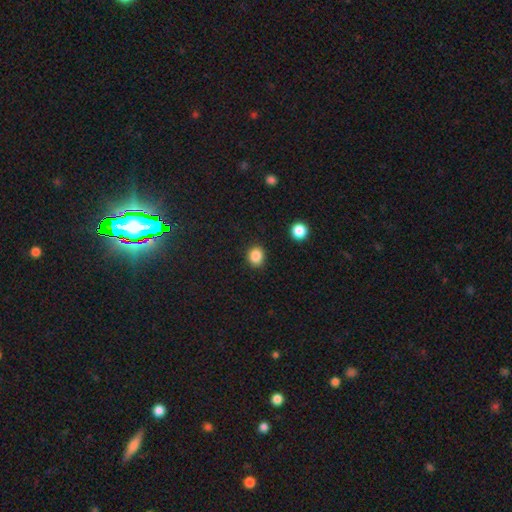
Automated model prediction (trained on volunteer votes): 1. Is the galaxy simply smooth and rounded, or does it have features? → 86% smooth, 10% star or artifact, 3% featured or disk.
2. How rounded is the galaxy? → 70% round, 29% in between, 1% cigar-shaped.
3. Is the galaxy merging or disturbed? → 86% none, 10% minor disturbance, 3% major disturbance, 2% merger.